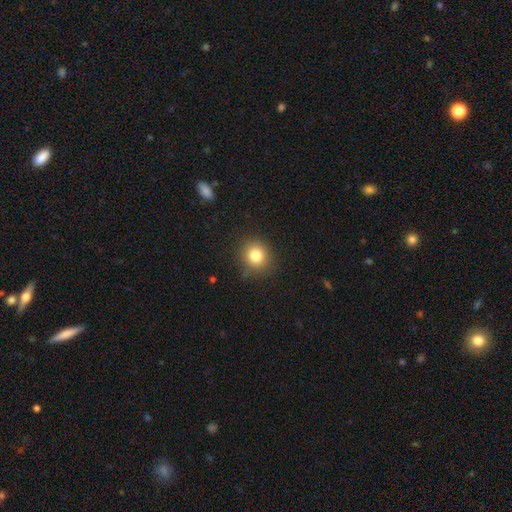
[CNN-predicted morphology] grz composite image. It shows a smooth galaxy with no disk features (81%) that is round (86%). Merging: none (86%).